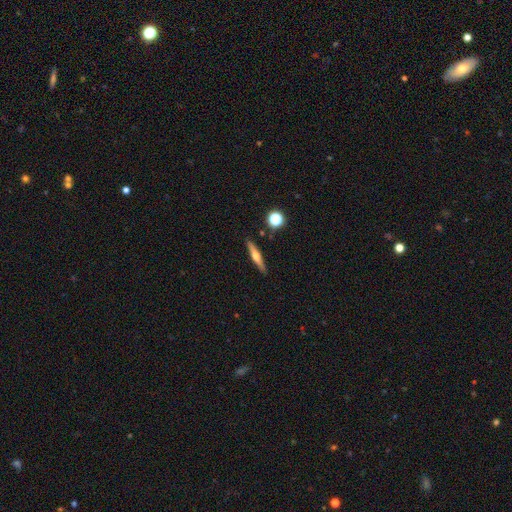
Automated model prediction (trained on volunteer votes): smooth_or_featured: featured or disk (p=0.56) [alt: smooth p=0.37]
disk_edge_on: yes (p=0.96) [alt: no p=0.04]
edge_on_bulge: rounded (p=0.88) [alt: none p=0.07]
merging: none (p=0.89) [alt: minor disturbance p=0.07]